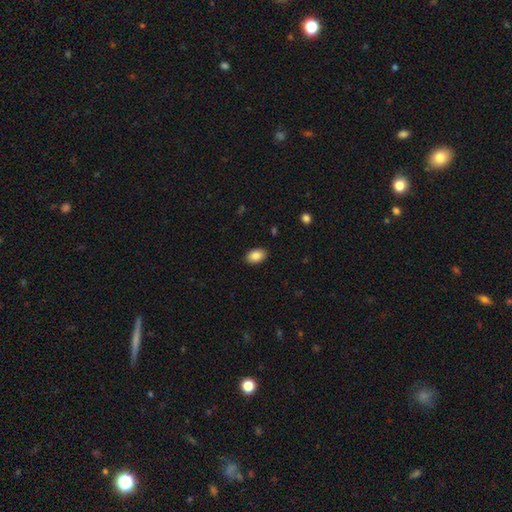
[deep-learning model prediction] Morphology: type=smooth (86%); roundness=in between (89%); merging=none (89%).